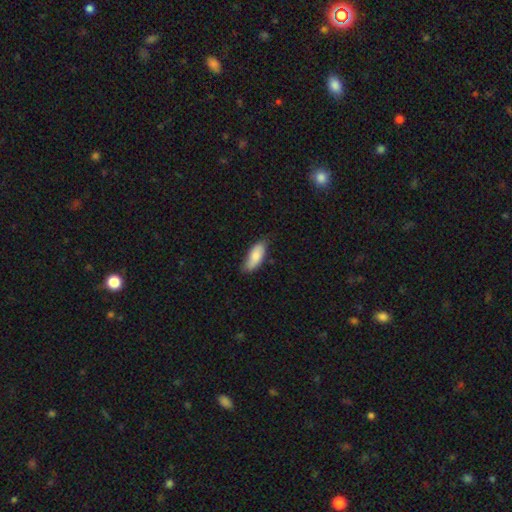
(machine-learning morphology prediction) smooth_or_featured: smooth (p=0.80) [alt: featured or disk p=0.14]
how_rounded: in between (p=0.80) [alt: cigar-shaped p=0.18]
merging: none (p=0.71) [alt: minor disturbance p=0.24]